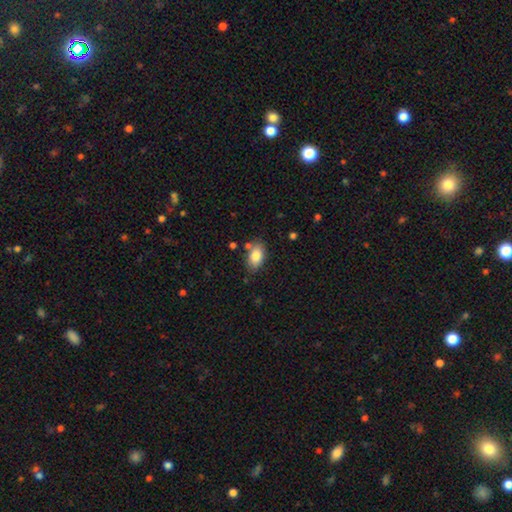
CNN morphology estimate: Smooth or featured? Predicted: smooth (p=0.84). How rounded? Predicted: in between (p=0.90). Merging? Predicted: none (p=0.75).